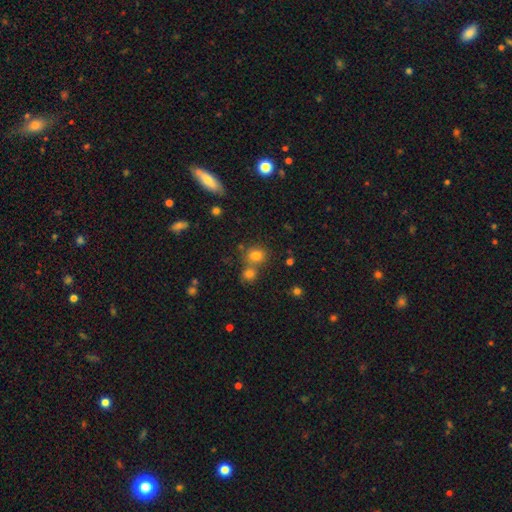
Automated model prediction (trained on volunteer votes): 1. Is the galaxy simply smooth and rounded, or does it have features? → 77% smooth, 16% star or artifact, 7% featured or disk.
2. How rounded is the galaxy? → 78% round, 21% in between, 1% cigar-shaped.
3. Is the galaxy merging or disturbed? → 58% none, 30% merger, 8% minor disturbance, 3% major disturbance.